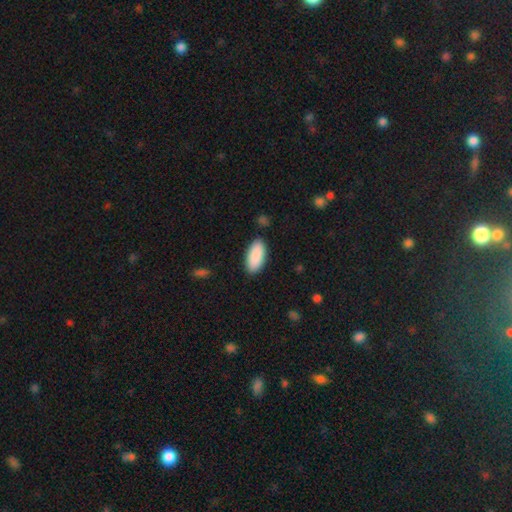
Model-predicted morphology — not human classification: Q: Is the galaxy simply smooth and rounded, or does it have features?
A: smooth — 90%.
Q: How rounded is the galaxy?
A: in between — 91%.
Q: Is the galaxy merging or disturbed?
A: none — 87%.